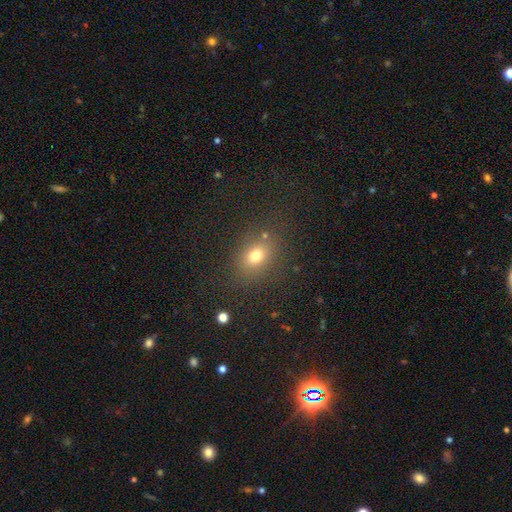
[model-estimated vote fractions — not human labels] This is likely a smooth galaxy (74%). How rounded: likely in between (61%). Merging: clearly none (80%).